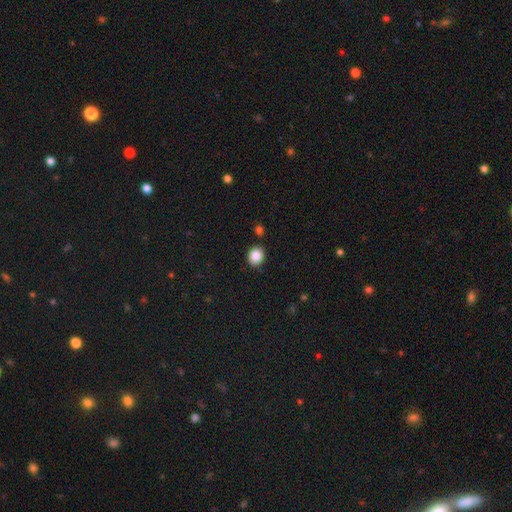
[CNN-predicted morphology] Q: Smooth or featured?
A: smooth (87%); runner-up: star or artifact (9%)
Q: How rounded?
A: round (71%); runner-up: in between (28%)
Q: Merging?
A: none (87%); runner-up: minor disturbance (8%)